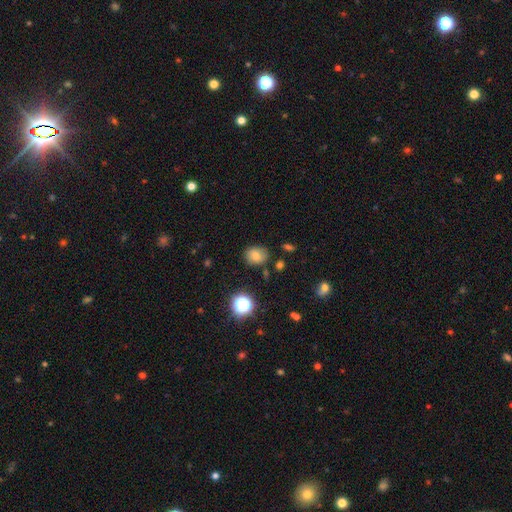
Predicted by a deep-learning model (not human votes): This appears to be a smooth galaxy with no disk features (75%) that is round (54%). Merging: none (78%).